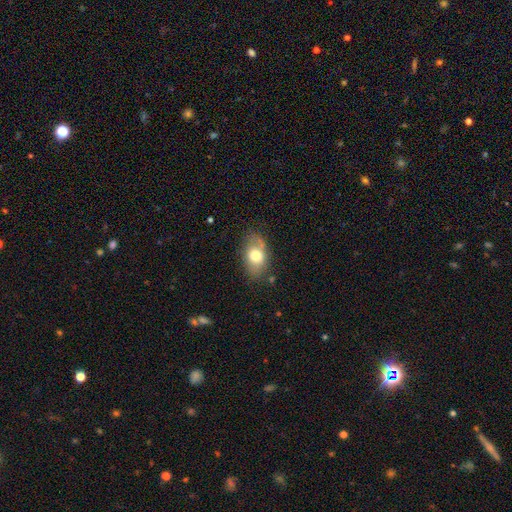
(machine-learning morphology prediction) Smooth or featured?
  - smooth: 68% *
  - featured or disk: 24%
  - star or artifact: 8%
How rounded?
  - in between: 87% *
  - round: 12%
  - cigar-shaped: 2%
Merging?
  - none: 66% *
  - minor disturbance: 23%
  - major disturbance: 7%
  - merger: 4%